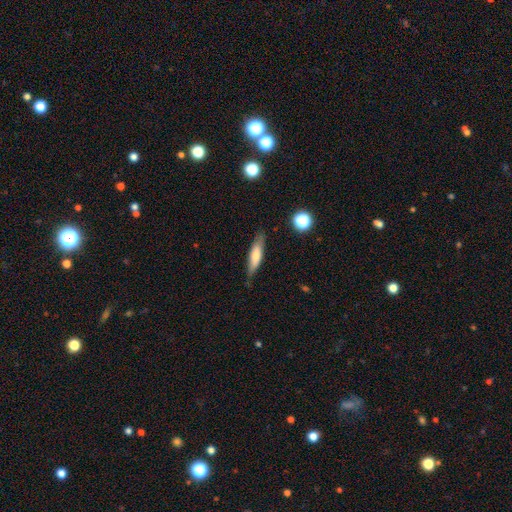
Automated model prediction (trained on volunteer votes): Overall: smooth (64%; featured or disk 29%). How rounded: cigar-shaped (69%; in between 29%). Merging: none (78%).